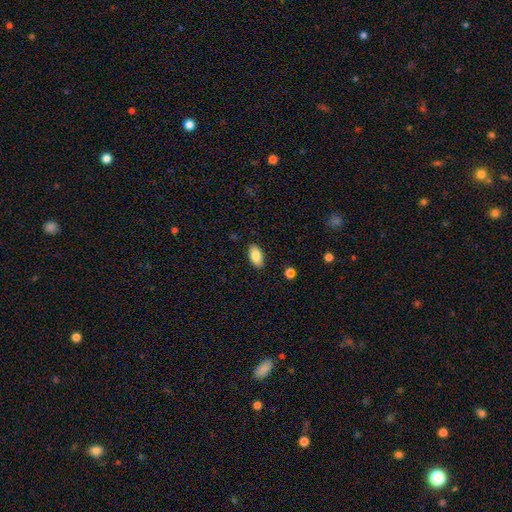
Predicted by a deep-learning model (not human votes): Morphology: type=smooth (85%); roundness=in between (93%); merging=none (88%).